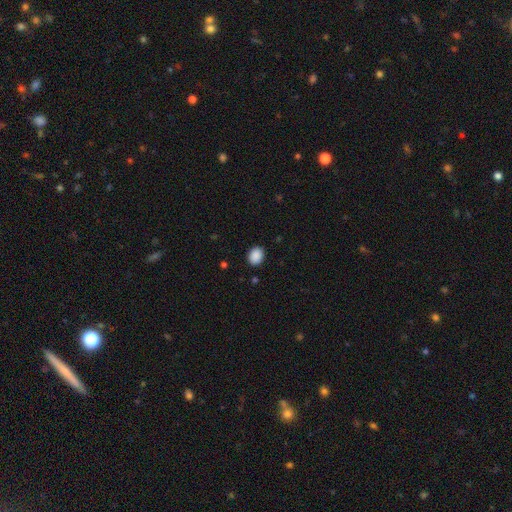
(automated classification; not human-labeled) The model was most divided on "how rounded": in between: 51%, round: 48%, cigar-shaped: 1%. More confident: smooth or featured — smooth (89%); merging — none (88%).